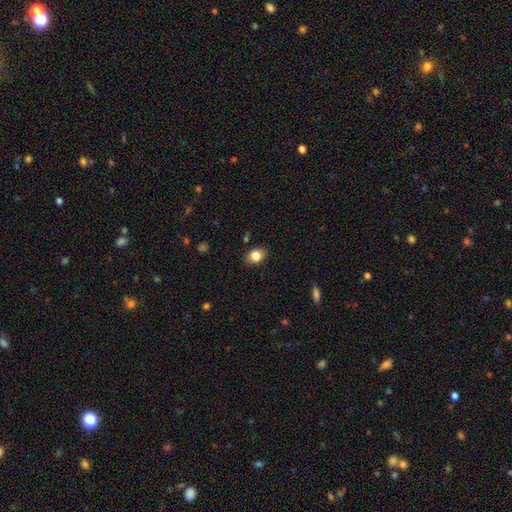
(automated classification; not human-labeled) Smooth or featured?
  - smooth: 83% *
  - star or artifact: 9%
  - featured or disk: 8%
How rounded?
  - in between: 69% *
  - round: 29%
  - cigar-shaped: 1%
Merging?
  - none: 85% *
  - minor disturbance: 11%
  - major disturbance: 2%
  - merger: 1%